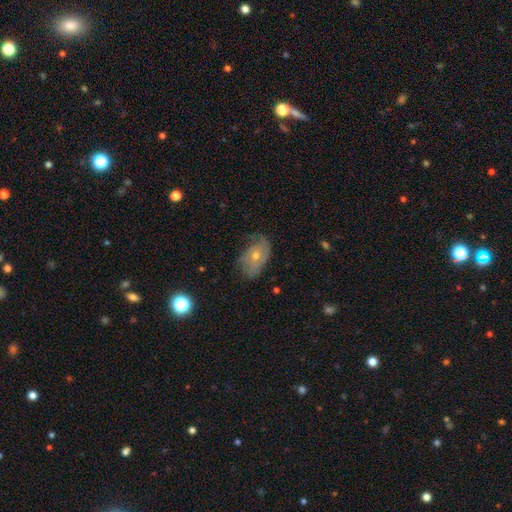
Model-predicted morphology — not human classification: A featured or disk galaxy (55%) with no bar (84%), spiral arms (67%) and a small central bulge (51%).

Vote fractions:
- Smooth or featured? featured or disk: 55% / smooth: 34% / star or artifact: 11%
- Edge-on disk? no: 93% / yes: 7%
- Bar? no: 84% / weak: 13% / strong: 3%
- Spiral arms? yes: 67% / no: 33%
- Bulge size? small: 51% / moderate: 45% / large: 1% / none: 1% / dominant: 1%
- Merging? none: 57% / minor disturbance: 28% / major disturbance: 13% / merger: 2%